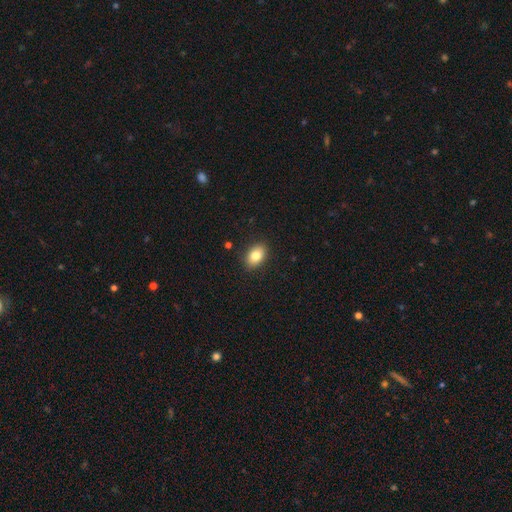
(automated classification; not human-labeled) smooth 81%, featured or disk 10%, star or artifact 9%. Down the decision tree: how rounded — in between (84%); merging — none (88%).